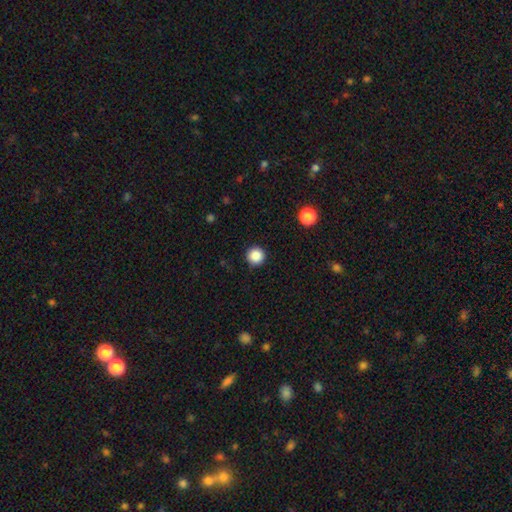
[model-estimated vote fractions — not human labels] Smooth or featured: smooth — 87% (star or artifact — 10%)
How rounded: round — 96% (in between — 3%)
Merging: none — 92% (minor disturbance — 5%)